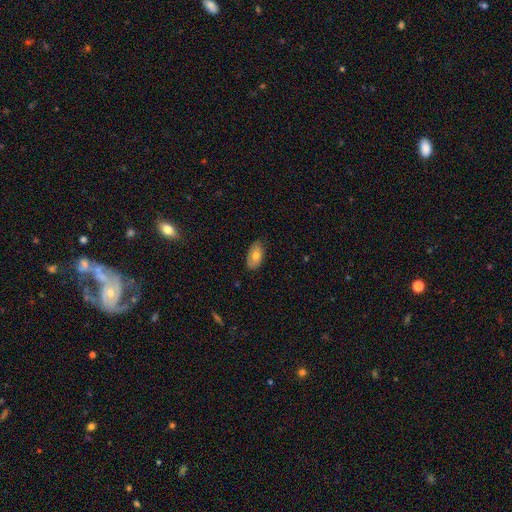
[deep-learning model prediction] smooth-or-featured: smooth: 71% | featured or disk: 22% | star or artifact: 7%
  how-rounded: in between: 93% | round: 5% | cigar-shaped: 2%
  merging: none: 79% | minor disturbance: 17% | major disturbance: 2% | merger: 1%